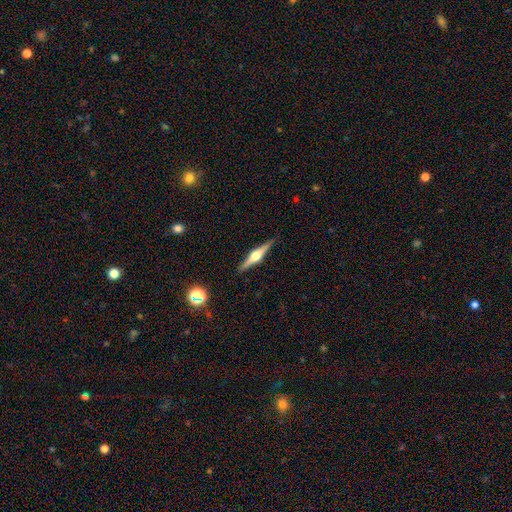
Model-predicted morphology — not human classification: featured or disk 80%, smooth 15%, star or artifact 5%. Down the decision tree: edge-on disk — yes (98%); edge-on bulge — rounded (93%); merging — none (91%).